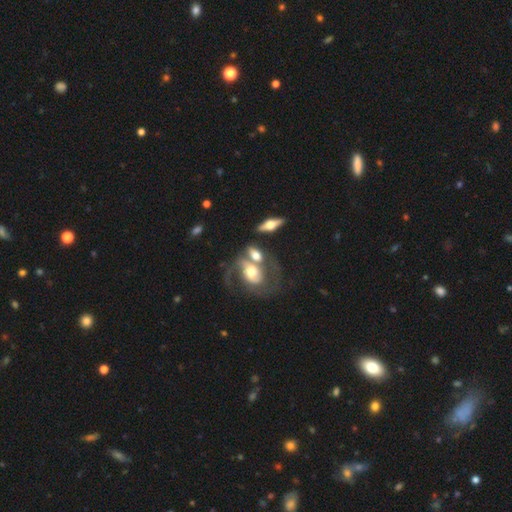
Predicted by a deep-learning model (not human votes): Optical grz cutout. It shows a featured or disk galaxy (68%) with no bar (60%), spiral arms (76%) and a moderate central bulge (59%). Merging: merger (44%).